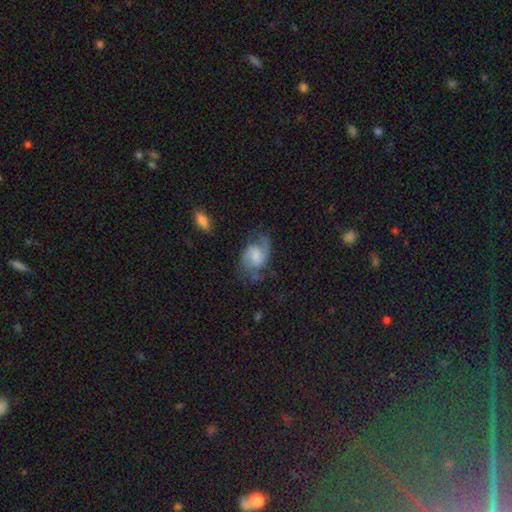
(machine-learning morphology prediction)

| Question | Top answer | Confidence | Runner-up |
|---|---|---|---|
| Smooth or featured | featured or disk | 70% | smooth (23%) |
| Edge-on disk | no | 97% | yes (3%) |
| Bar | weak | 53% | no (34%) |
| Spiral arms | yes | 93% | no (7%) |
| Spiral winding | medium | 48% | loose (36%) |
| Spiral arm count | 2 | 84% | 1 (7%) |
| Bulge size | small | 34% | moderate (30%) |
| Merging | none | 57% | minor disturbance (24%) |